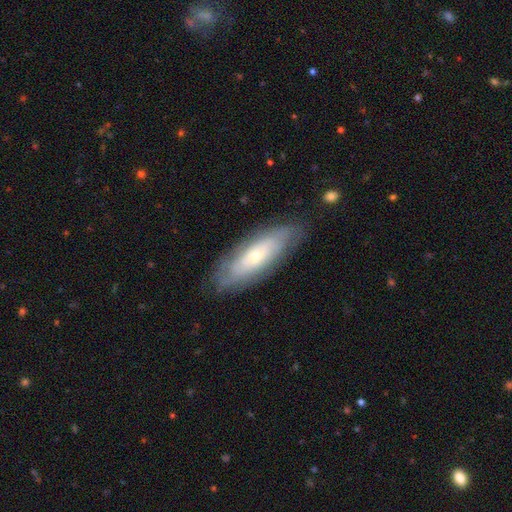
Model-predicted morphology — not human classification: The model was most divided on "smooth or featured": featured or disk: 56%, smooth: 37%, star or artifact: 7%. More confident: merging — none (79%); edge-on disk — no (74%).